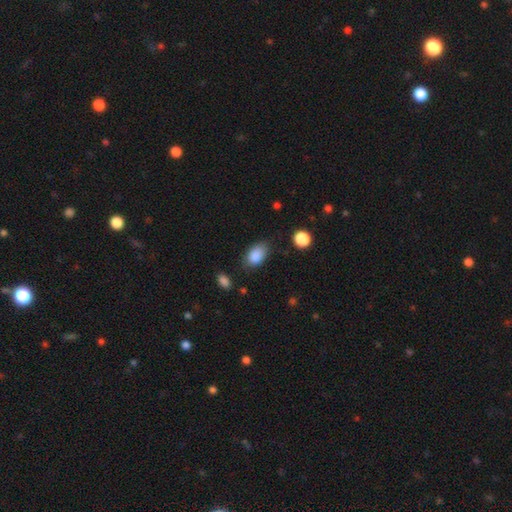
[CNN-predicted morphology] This is clearly a smooth galaxy (87%). How rounded: clearly in between (87%). Merging: likely none (67%).